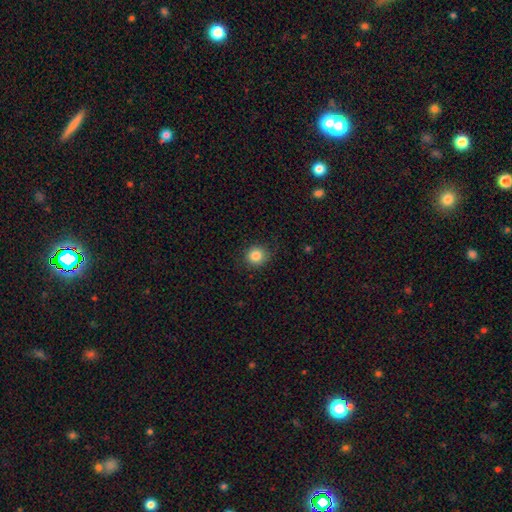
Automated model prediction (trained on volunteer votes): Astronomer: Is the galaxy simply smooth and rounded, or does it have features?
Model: smooth — 85%.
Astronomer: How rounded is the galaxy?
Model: round — 87%.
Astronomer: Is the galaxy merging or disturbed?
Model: none — 84%.